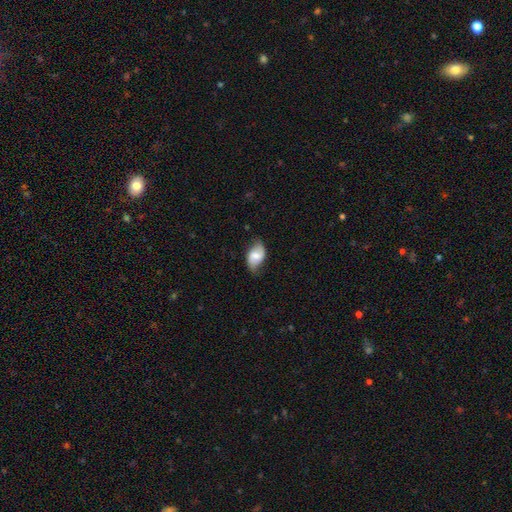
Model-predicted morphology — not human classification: A smooth galaxy with no disk features (51%) that is in between round and cigar-shaped (89%). Merging: none (66%).